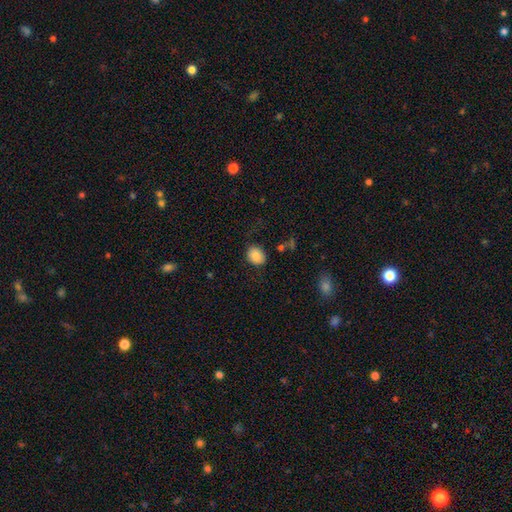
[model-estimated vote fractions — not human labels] Morphology: type=smooth (85%); roundness=round (56%); merging=none (78%).